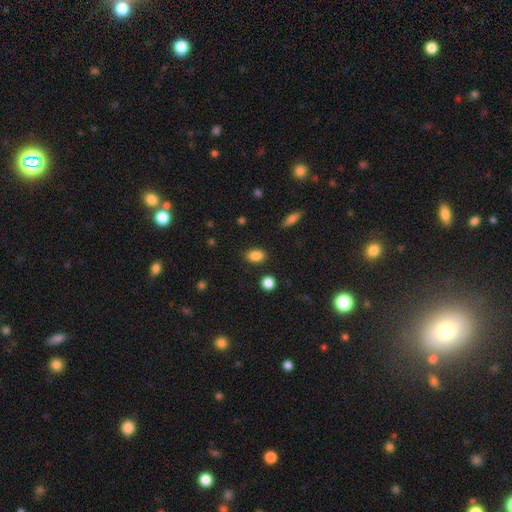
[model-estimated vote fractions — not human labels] This is clearly a smooth galaxy (87%). How rounded: clearly in between (83%). Merging: clearly none (85%).